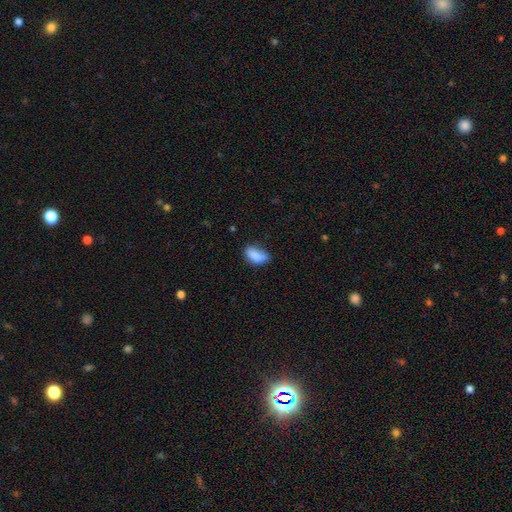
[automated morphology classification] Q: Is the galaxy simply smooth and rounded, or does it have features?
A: smooth — 85%.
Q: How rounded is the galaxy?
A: in between — 91%.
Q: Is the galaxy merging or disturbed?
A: none — 56%.